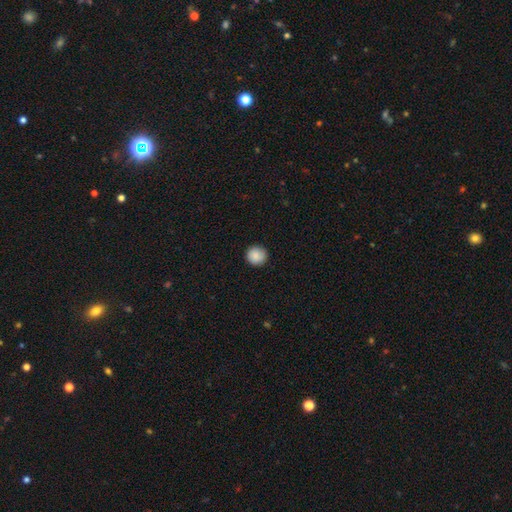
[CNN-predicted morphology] Q: Smooth or featured?
A: smooth (89%); runner-up: star or artifact (8%)
Q: How rounded?
A: round (94%); runner-up: in between (5%)
Q: Merging?
A: none (91%); runner-up: minor disturbance (6%)